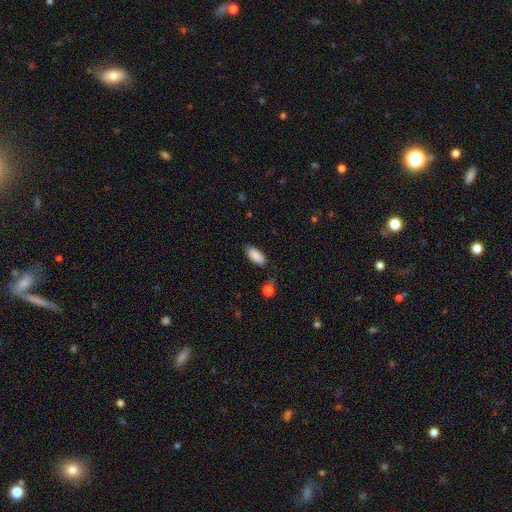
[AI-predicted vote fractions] smooth_or_featured: smooth (p=0.89) [alt: star or artifact p=0.07]
how_rounded: in between (p=0.88) [alt: cigar-shaped p=0.10]
merging: none (p=0.81) [alt: minor disturbance p=0.14]